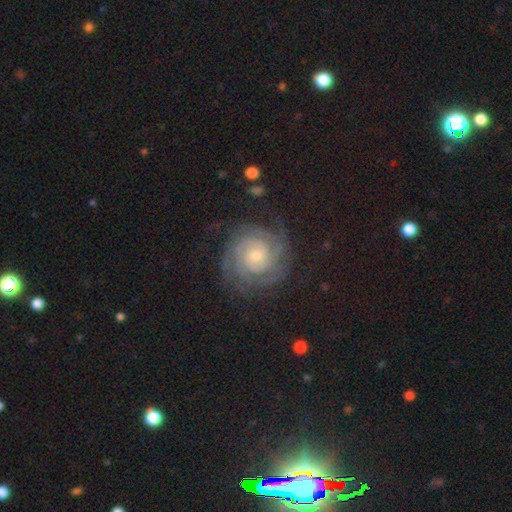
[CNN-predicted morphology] This is clearly a featured or disk galaxy (89%). It is clearly not viewed edge-on (98%). Bar: likely no (68%). Spiral arm pattern: clearly yes (98%). Spiral arm count: marginally 2 (29%). Spiral winding: clearly tight (83%). Central bulge: possibly small (58%). Merging: clearly none (80%).